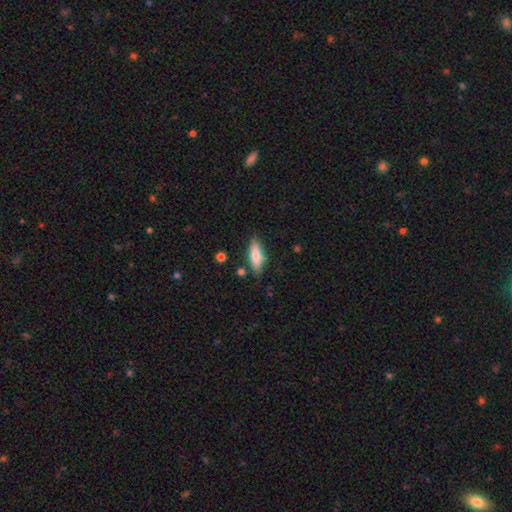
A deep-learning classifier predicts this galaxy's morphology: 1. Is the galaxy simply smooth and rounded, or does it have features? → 69% smooth, 25% featured or disk, 6% star or artifact.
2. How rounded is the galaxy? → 58% in between, 40% cigar-shaped, 2% round.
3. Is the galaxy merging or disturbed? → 80% none, 14% minor disturbance, 4% merger, 3% major disturbance.